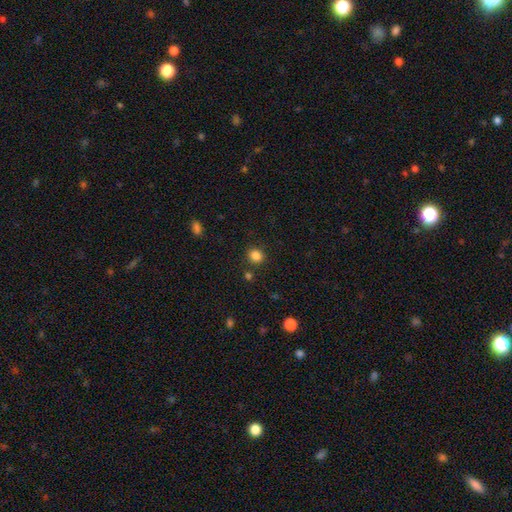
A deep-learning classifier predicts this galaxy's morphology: Smooth or featured: smooth — 84% (star or artifact — 12%)
How rounded: round — 76% (in between — 23%)
Merging: none — 84% (minor disturbance — 9%)